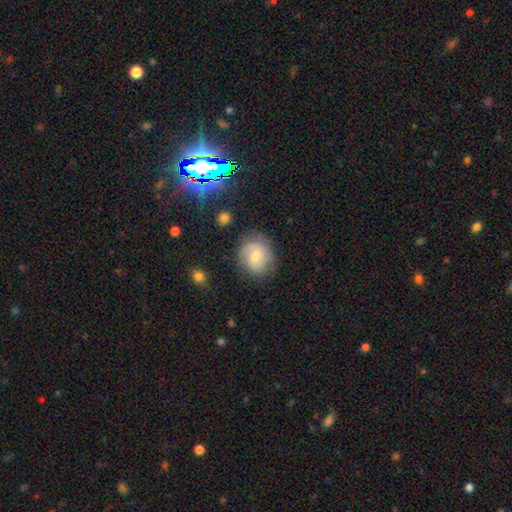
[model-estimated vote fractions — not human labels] smooth_or_featured: smooth (p=0.46) [tied with: featured or disk p=0.46]
merging: none (p=0.71) [alt: minor disturbance p=0.19]